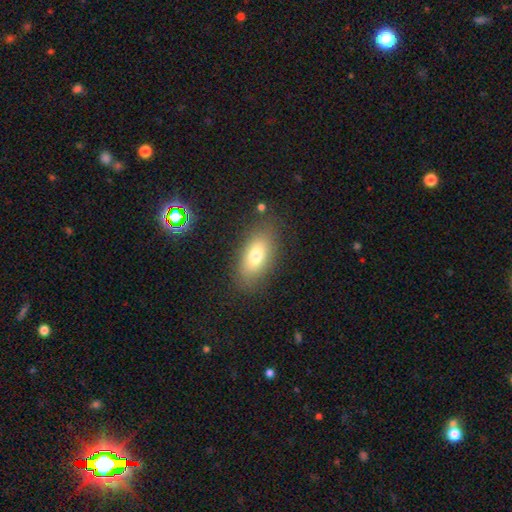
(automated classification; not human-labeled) Smooth or featured: smooth — 74% (featured or disk — 16%)
How rounded: in between — 86% (cigar-shaped — 9%)
Merging: none — 82% (minor disturbance — 12%)